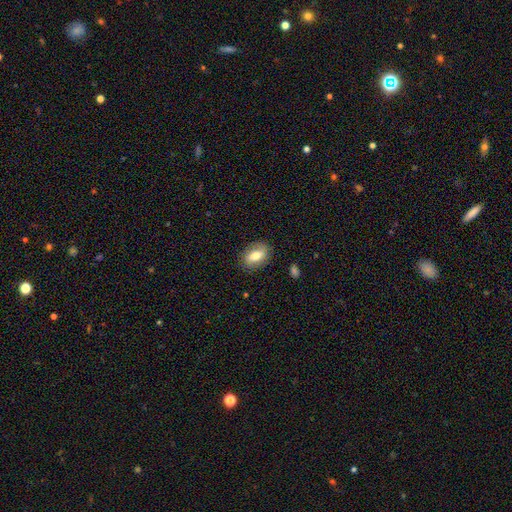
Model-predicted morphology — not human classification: Smooth or featured? Predicted: smooth (p=0.64). How rounded? Predicted: in between (p=0.82). Merging? Predicted: none (p=0.84).